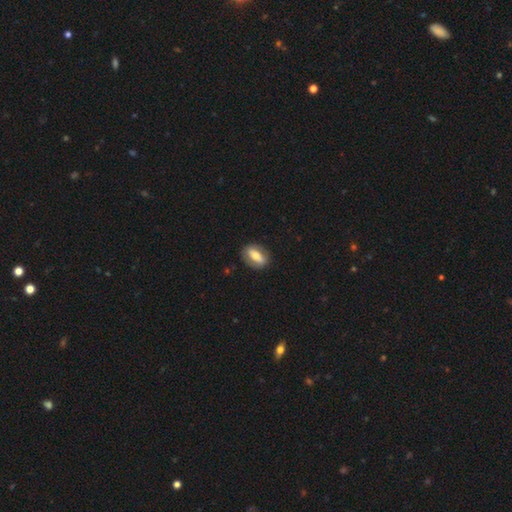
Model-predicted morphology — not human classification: Q: Smooth or featured?
A: smooth (55%); runner-up: featured or disk (39%)
Q: How rounded?
A: in between (81%); runner-up: round (12%)
Q: Merging?
A: none (83%); runner-up: minor disturbance (12%)